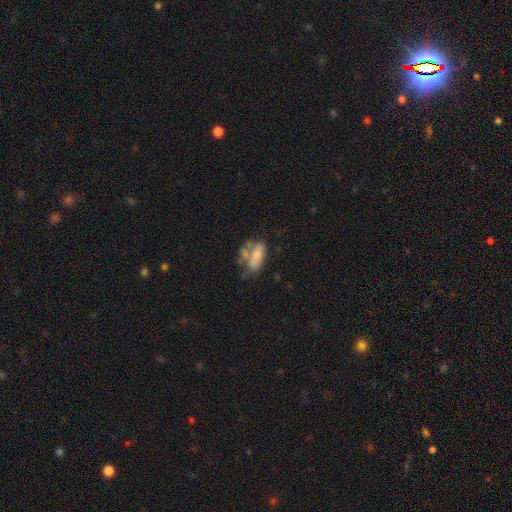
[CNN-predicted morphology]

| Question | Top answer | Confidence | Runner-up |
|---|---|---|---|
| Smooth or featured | smooth | 61% | featured or disk (29%) |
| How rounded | in between | 85% | cigar-shaped (11%) |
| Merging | none | 29% | merger (26%) |